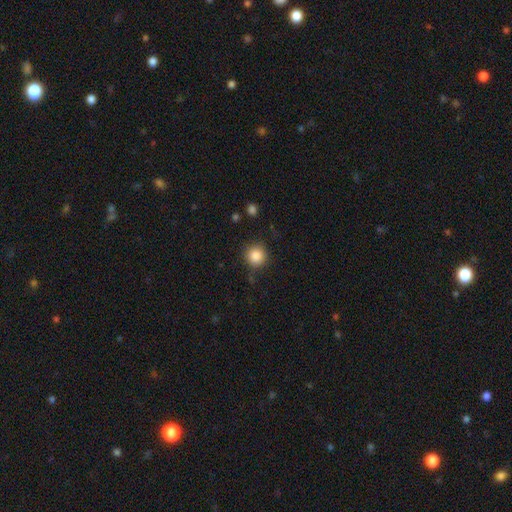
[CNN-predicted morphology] This is clearly a smooth galaxy (86%). How rounded: clearly round (93%). Merging: clearly none (86%).